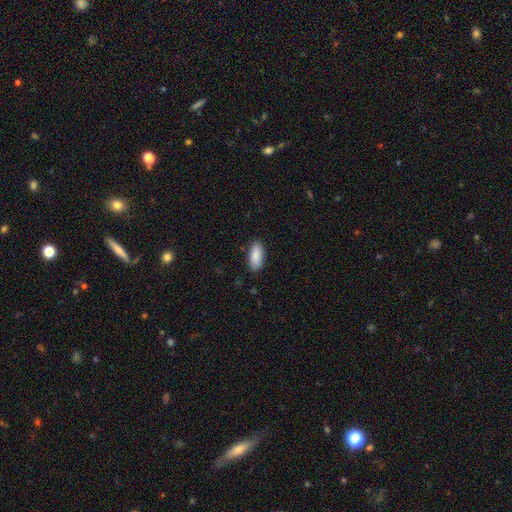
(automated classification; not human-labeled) The model was most divided on "how rounded": in between: 88%, cigar-shaped: 10%, round: 2%. More confident: smooth or featured — smooth (89%); merging — none (88%).